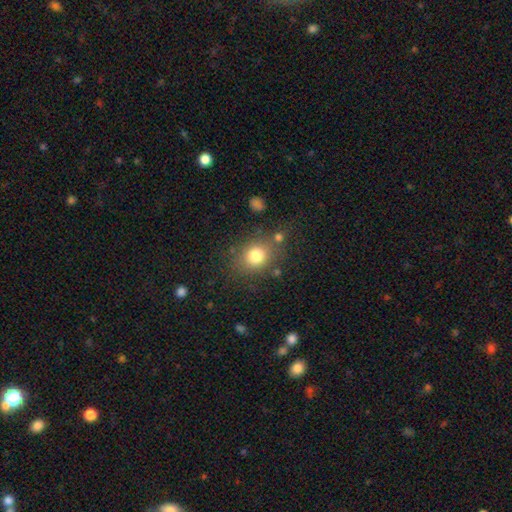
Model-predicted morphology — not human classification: A smooth galaxy with no disk features (79%) that is round (66%). Merging: none (75%).